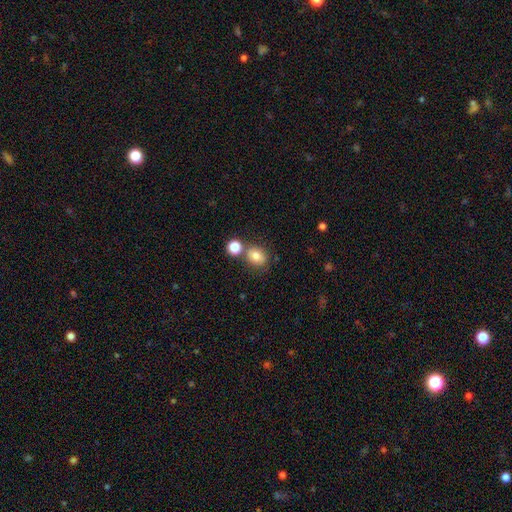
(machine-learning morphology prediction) Q: Smooth or featured?
A: smooth (80%); runner-up: star or artifact (11%)
Q: How rounded?
A: in between (50%); runner-up: round (49%)
Q: Merging?
A: none (62%); runner-up: merger (22%)